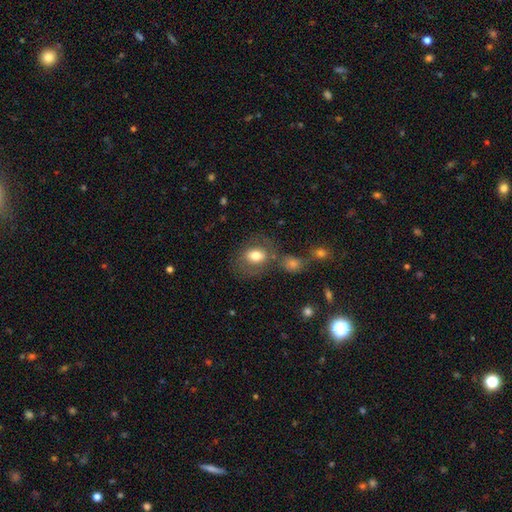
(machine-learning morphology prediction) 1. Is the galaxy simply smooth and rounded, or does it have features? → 72% smooth, 20% featured or disk, 8% star or artifact.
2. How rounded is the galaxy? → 66% in between, 32% round, 1% cigar-shaped.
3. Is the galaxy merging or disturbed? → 55% none, 19% merger, 17% minor disturbance, 9% major disturbance.